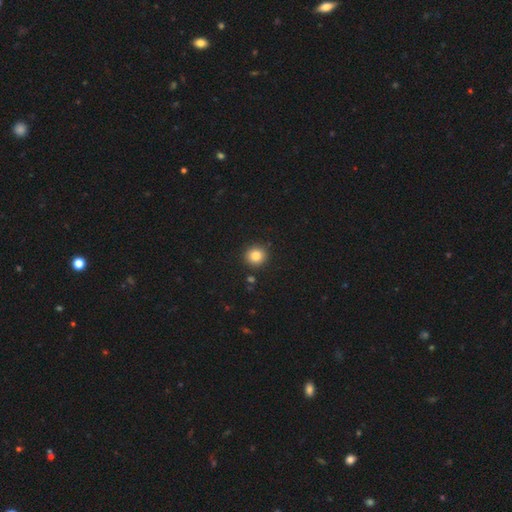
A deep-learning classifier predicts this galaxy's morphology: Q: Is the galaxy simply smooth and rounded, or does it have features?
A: smooth — 83%.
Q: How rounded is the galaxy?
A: round — 92%.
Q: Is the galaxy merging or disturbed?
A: none — 90%.